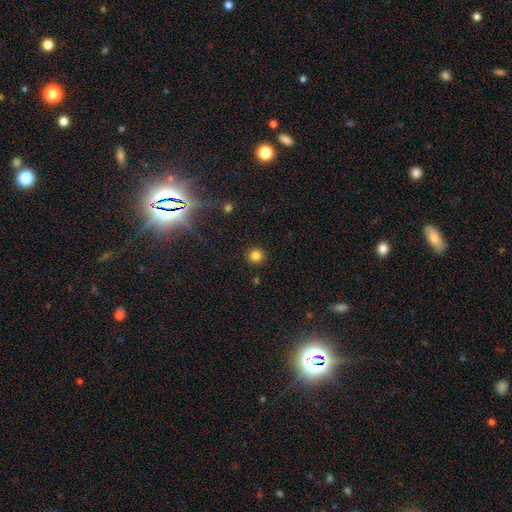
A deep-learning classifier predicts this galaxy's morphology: A smooth galaxy with no disk features (82%) that is round (93%).

Vote fractions:
- Smooth or featured? smooth: 82% / star or artifact: 13% / featured or disk: 5%
- How rounded? round: 93% / in between: 6% / cigar-shaped: 1%
- Merging? none: 91% / minor disturbance: 5% / major disturbance: 2% / merger: 2%